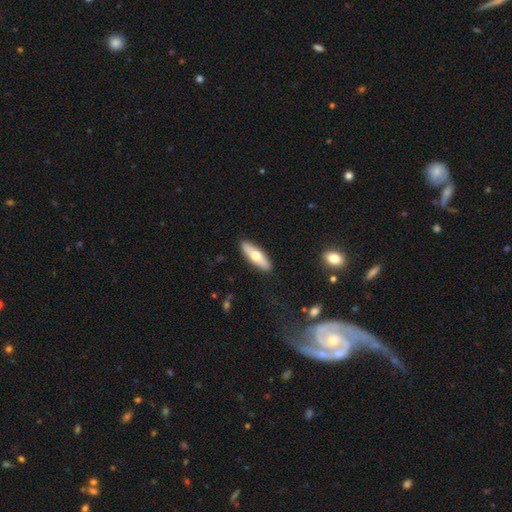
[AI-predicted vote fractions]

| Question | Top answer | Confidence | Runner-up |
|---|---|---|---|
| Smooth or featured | smooth | 59% | featured or disk (36%) |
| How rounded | in between | 50% | cigar-shaped (48%) |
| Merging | none | 89% | minor disturbance (8%) |